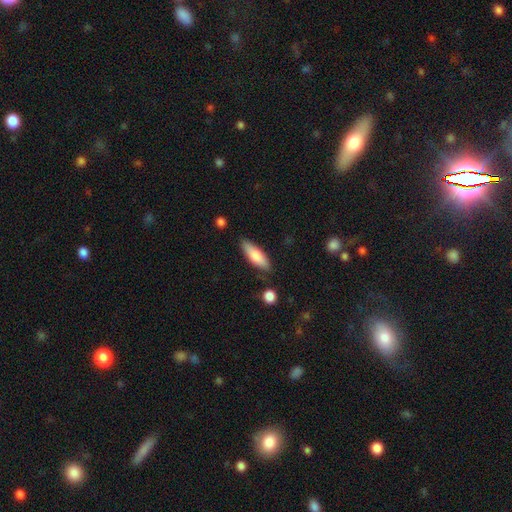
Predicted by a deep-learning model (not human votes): A smooth galaxy with no disk features (75%) that is in between round and cigar-shaped (56%). Merging: none (81%).